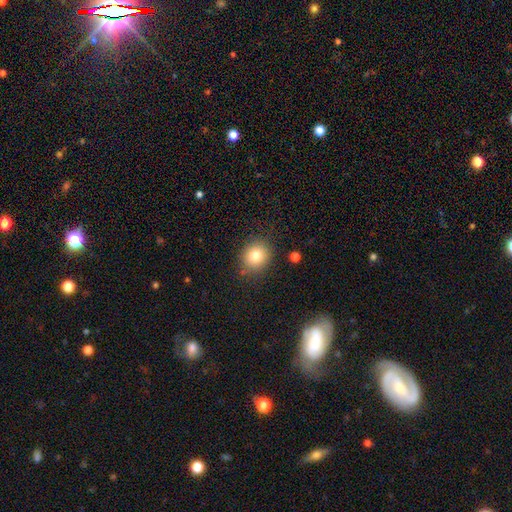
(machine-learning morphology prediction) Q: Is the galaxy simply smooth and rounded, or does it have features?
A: smooth — 80%.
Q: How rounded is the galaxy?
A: round — 79%.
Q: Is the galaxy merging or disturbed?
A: none — 84%.